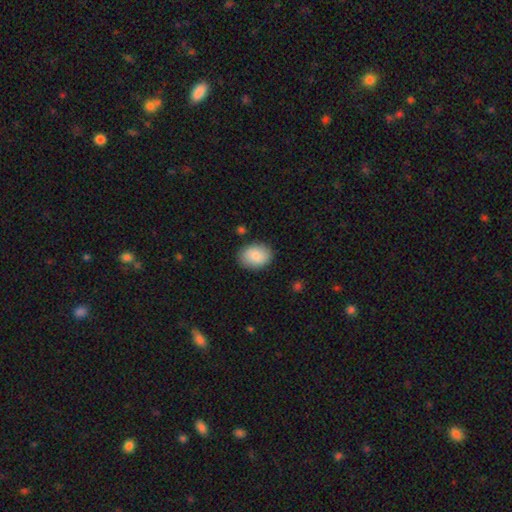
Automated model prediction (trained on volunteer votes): Smooth or featured?
  - smooth: 86% *
  - featured or disk: 7%
  - star or artifact: 6%
How rounded?
  - in between: 70% *
  - round: 29%
  - cigar-shaped: 1%
Merging?
  - none: 86% *
  - minor disturbance: 10%
  - major disturbance: 2%
  - merger: 1%